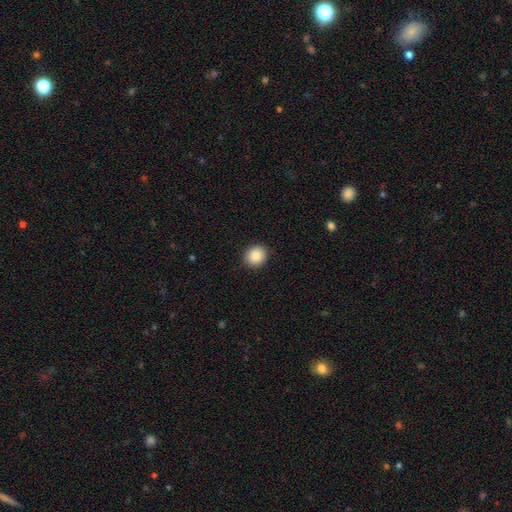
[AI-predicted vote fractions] Smooth or featured? smooth (88%)
How rounded? round (77%)
Merging? none (90%)